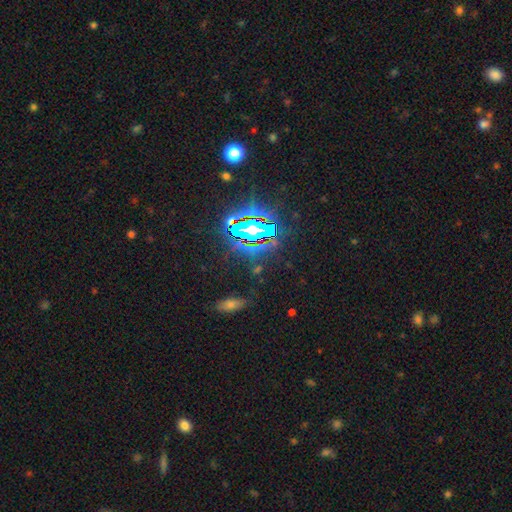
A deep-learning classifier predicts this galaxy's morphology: smooth_or_featured: star or artifact (p=0.76) [alt: smooth p=0.13]